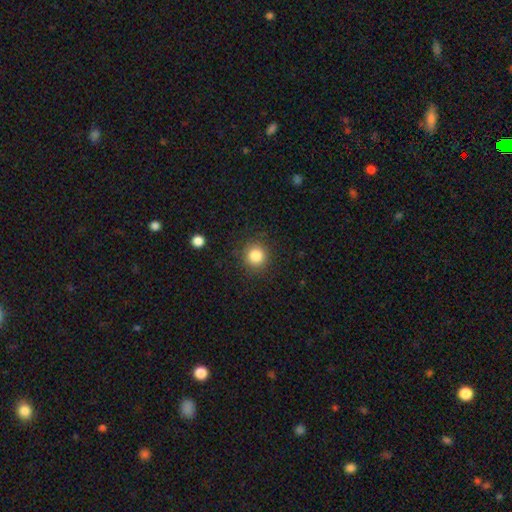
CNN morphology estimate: smooth 84%, star or artifact 11%, featured or disk 5%. Down the decision tree: how rounded — round (92%); merging — none (88%).